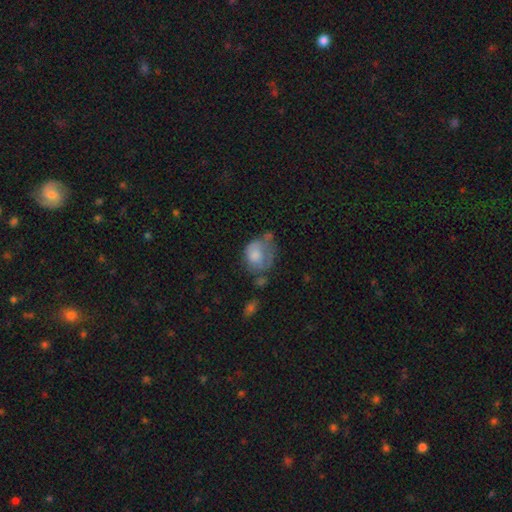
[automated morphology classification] Smooth or featured? Predicted: smooth (p=0.66). How rounded? Predicted: in between (p=0.50). Merging? Predicted: major disturbance (p=0.35).